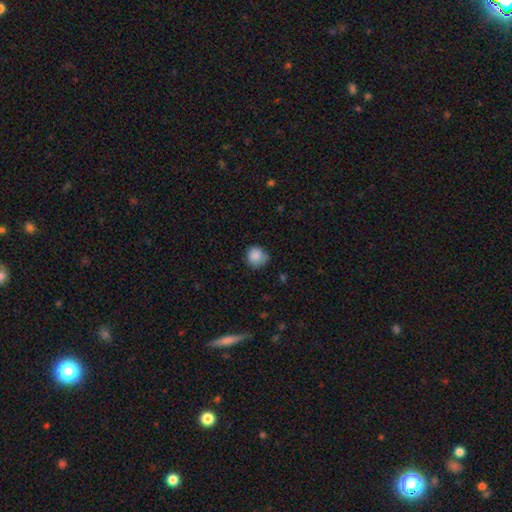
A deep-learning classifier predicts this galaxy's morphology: This appears to be a smooth galaxy with no disk features (86%) that is round (87%). Merging: none (66%).